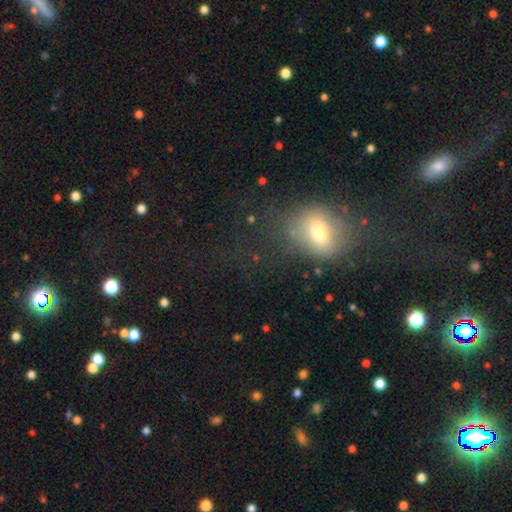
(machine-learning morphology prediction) A smooth galaxy with no disk features (48%).

Vote fractions:
- Smooth or featured? smooth: 48% / star or artifact: 31% / featured or disk: 22%
- Merging? none: 55% / major disturbance: 22% / minor disturbance: 17% / merger: 5%